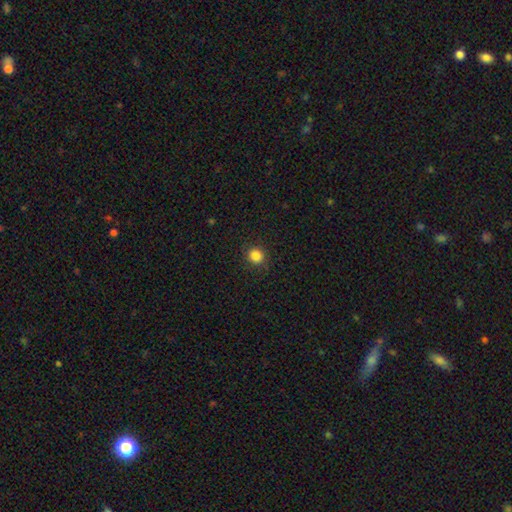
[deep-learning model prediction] Overall: smooth (85%). How rounded: round (88%). Merging: none (90%).